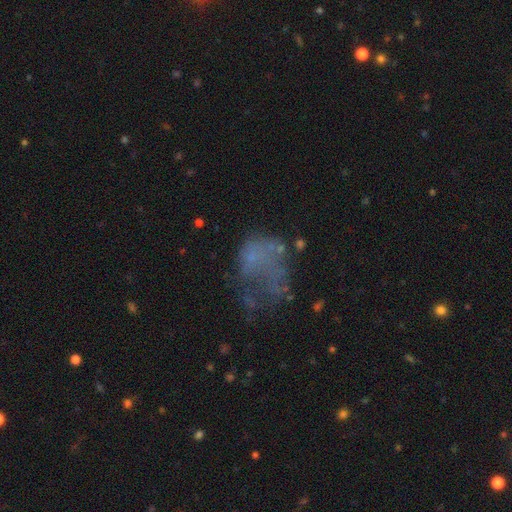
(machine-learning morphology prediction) Overall: featured or disk (42%; smooth 37%). Merging: major disturbance (45%; none 28%).